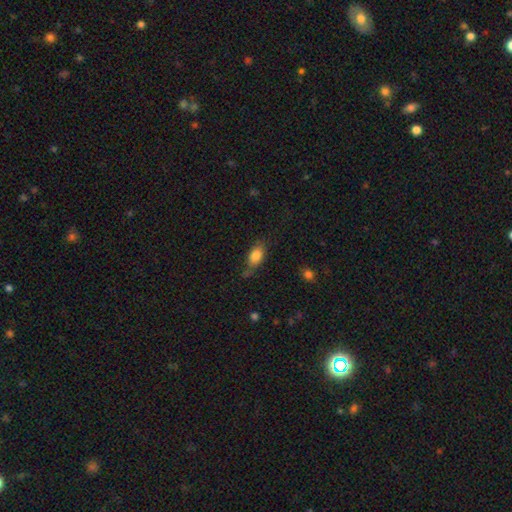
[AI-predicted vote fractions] The model was most divided on "merging": none: 61%, minor disturbance: 26%, major disturbance: 8%, merger: 5%. More confident: how rounded — in between (86%); smooth or featured — smooth (81%).